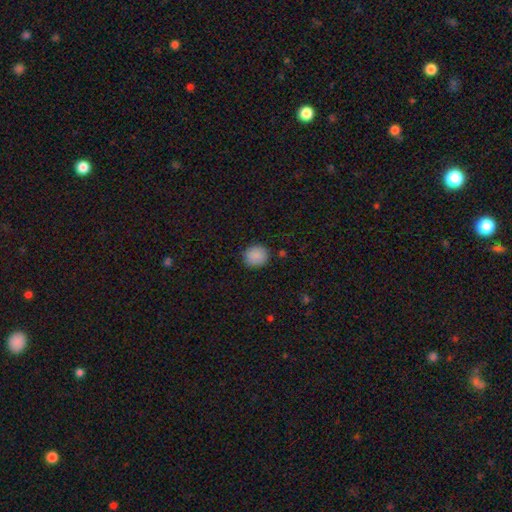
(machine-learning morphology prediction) smooth 89%, star or artifact 8%, featured or disk 3%. Down the decision tree: how rounded — round (85%); merging — none (88%).